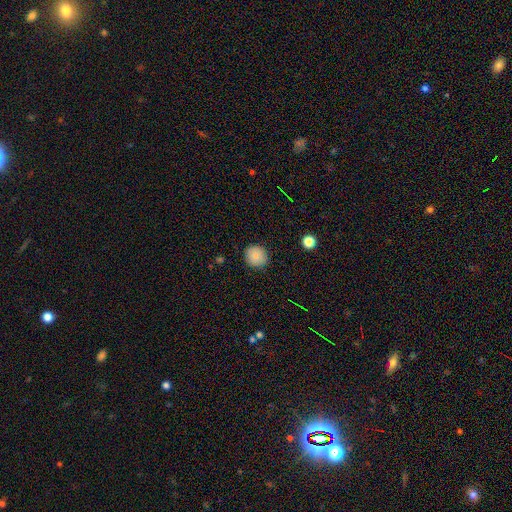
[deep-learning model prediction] smooth 85%, star or artifact 9%, featured or disk 5%. Down the decision tree: how rounded — round (87%); merging — none (89%).